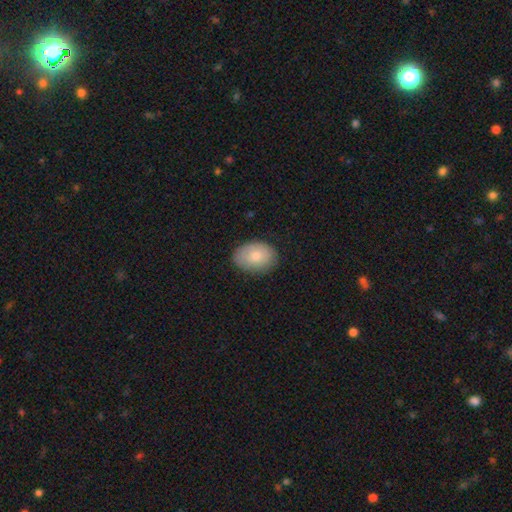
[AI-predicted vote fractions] This appears to be a smooth galaxy with no disk features (79%) that is in between round and cigar-shaped (79%). Merging: none (84%).